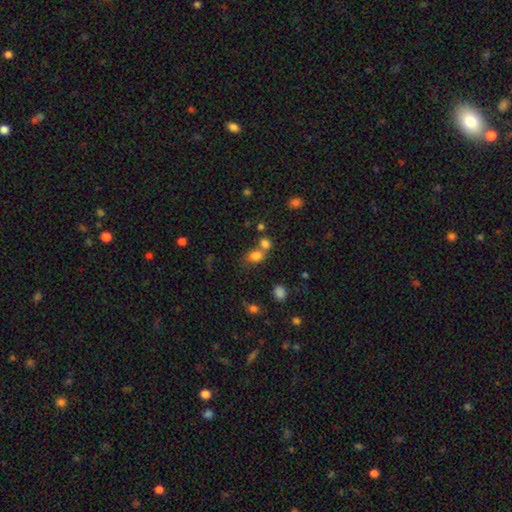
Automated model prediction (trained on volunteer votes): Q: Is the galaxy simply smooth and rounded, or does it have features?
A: smooth — 78%.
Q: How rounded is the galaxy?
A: round — 51%.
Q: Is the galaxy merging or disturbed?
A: merger — 45%.